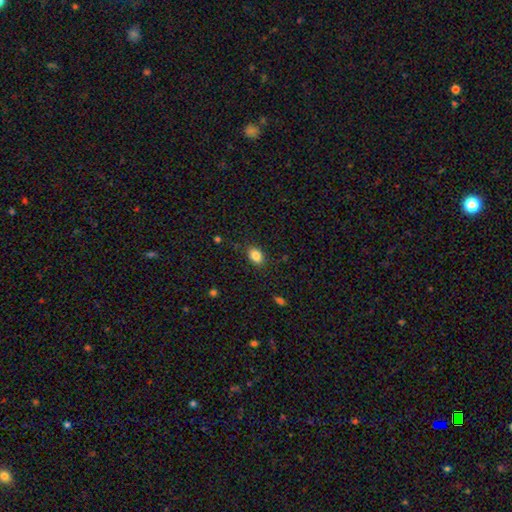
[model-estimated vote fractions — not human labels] smooth-or-featured: smooth: 85% | star or artifact: 9% | featured or disk: 6%
  how-rounded: in between: 76% | round: 22% | cigar-shaped: 1%
  merging: none: 85% | minor disturbance: 11% | major disturbance: 3% | merger: 1%